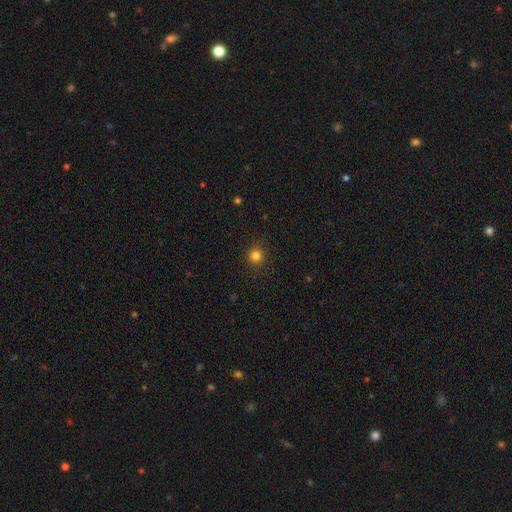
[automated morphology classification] This appears to be a smooth galaxy with no disk features (82%) that is round (92%). Merging: none (91%).